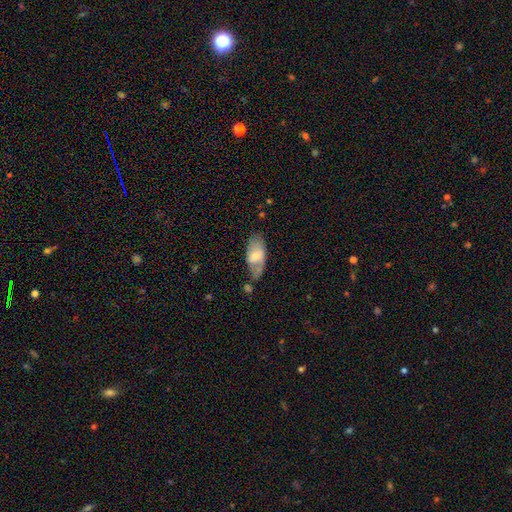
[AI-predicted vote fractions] Smooth or featured?
  - smooth: 57% *
  - featured or disk: 37%
  - star or artifact: 6%
How rounded?
  - in between: 89% *
  - cigar-shaped: 8%
  - round: 3%
Merging?
  - none: 48% *
  - minor disturbance: 30%
  - major disturbance: 13%
  - merger: 9%